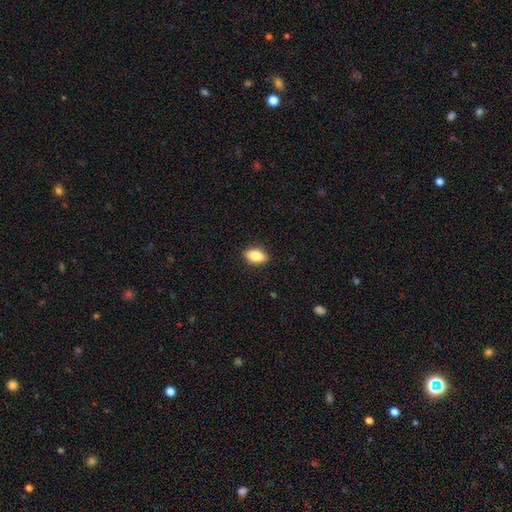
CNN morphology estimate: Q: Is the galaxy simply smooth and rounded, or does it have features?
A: smooth — 82%.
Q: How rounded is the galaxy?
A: in between — 85%.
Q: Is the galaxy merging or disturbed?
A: none — 88%.